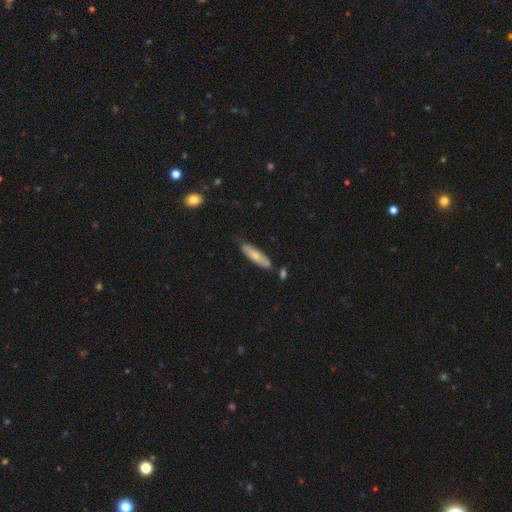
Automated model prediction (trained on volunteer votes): smooth 69%, featured or disk 25%, star or artifact 6%. Down the decision tree: how rounded — cigar-shaped (65%); merging — none (76%).